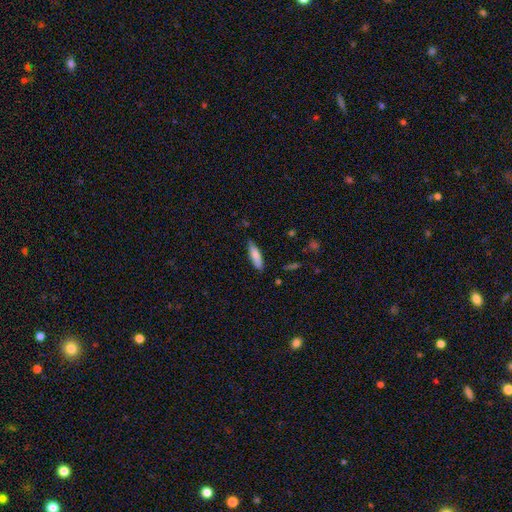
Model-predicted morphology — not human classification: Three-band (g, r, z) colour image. It shows a smooth galaxy with no disk features (81%) that is cigar-shaped (61%). Merging: none (77%).